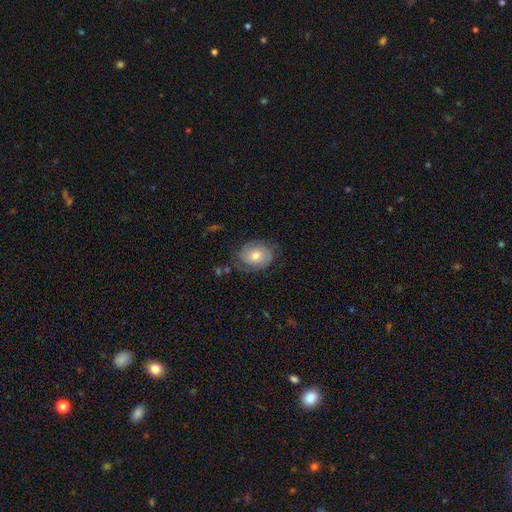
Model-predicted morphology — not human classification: smooth_or_featured: smooth (p=0.47) [alt: featured or disk p=0.45]
merging: none (p=0.67) [alt: minor disturbance p=0.22]